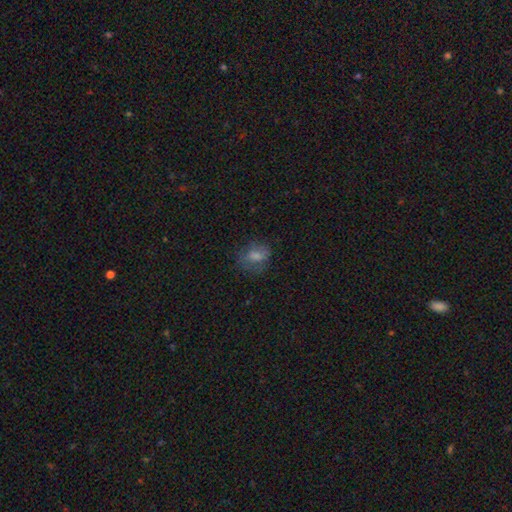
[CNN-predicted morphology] Smooth or featured: smooth — 68% (featured or disk — 20%)
How rounded: in between — 64% (round — 34%)
Merging: none — 61% (minor disturbance — 22%)